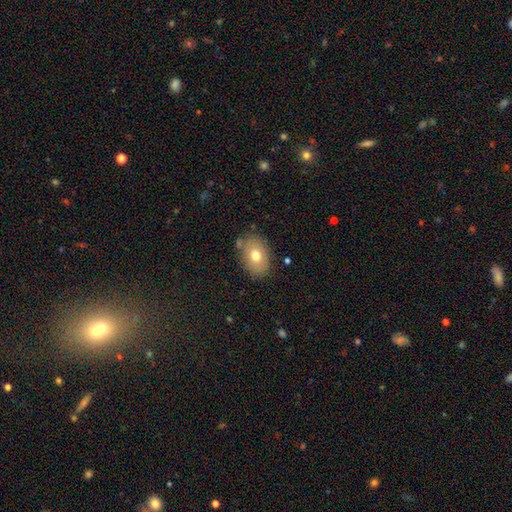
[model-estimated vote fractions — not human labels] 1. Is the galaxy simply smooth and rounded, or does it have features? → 72% smooth, 18% featured or disk, 9% star or artifact.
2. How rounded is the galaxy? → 73% in between, 26% round, 1% cigar-shaped.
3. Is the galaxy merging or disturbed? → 80% none, 13% minor disturbance, 4% merger, 3% major disturbance.